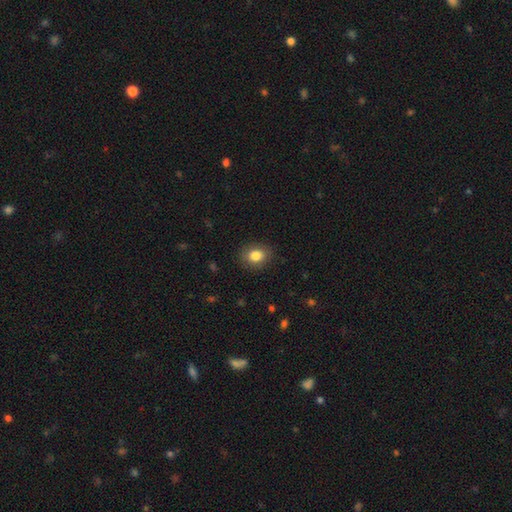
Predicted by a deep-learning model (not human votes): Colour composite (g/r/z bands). It shows a smooth galaxy with no disk features (84%) that is in between round and cigar-shaped (50%). Merging: none (87%).